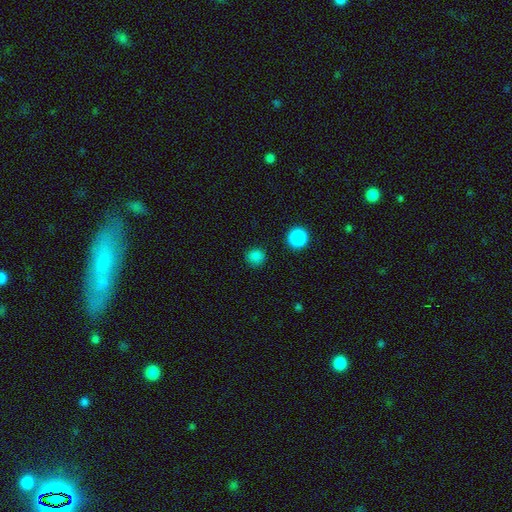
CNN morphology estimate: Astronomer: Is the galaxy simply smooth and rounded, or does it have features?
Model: smooth — 83%.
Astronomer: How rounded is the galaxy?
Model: round — 92%.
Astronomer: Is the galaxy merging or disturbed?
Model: none — 90%.